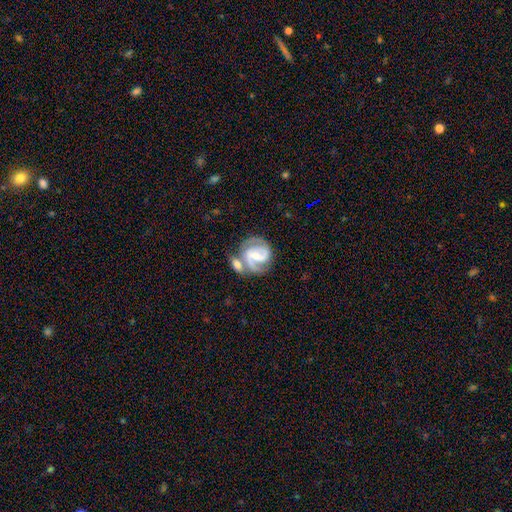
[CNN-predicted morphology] Overall: featured or disk (85%). Edge-on disk: no (98%). Bar: weak (44%; strong 30%). Spiral arms: yes (96%). Spiral arm count: 2 (84%). Spiral winding: medium (45%, tied with tight). Bulge size: small (55%; moderate 37%). Merging: none (49%; merger 29%).